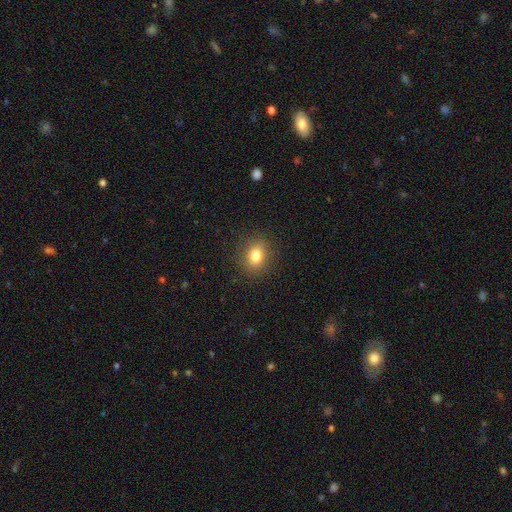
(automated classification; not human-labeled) Overall: smooth (81%). How rounded: round (49%, tied with in between). Merging: none (89%).